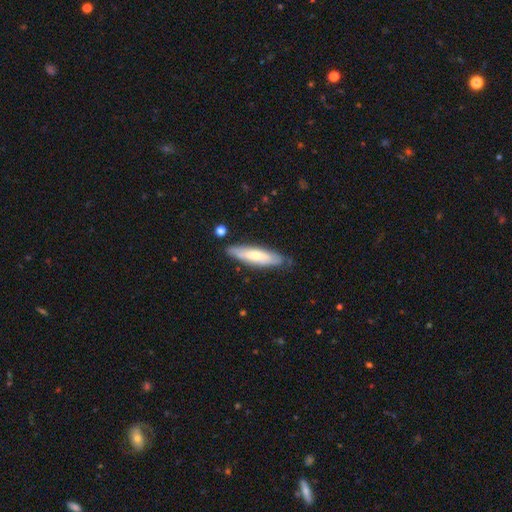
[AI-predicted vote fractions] The model was most divided on "smooth or featured": smooth: 51%, featured or disk: 44%, star or artifact: 5%. More confident: merging — none (78%); how rounded — cigar-shaped (69%).